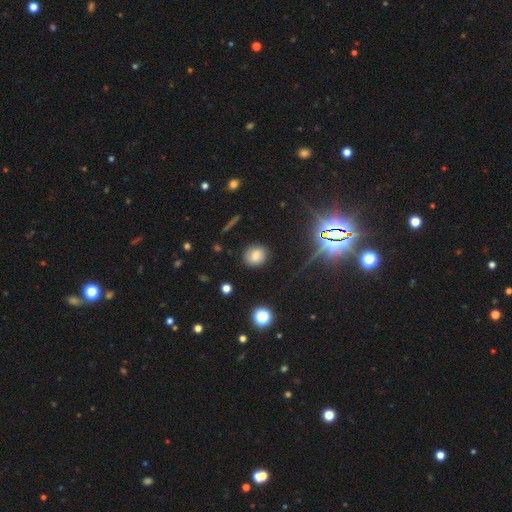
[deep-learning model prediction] A smooth galaxy with no disk features (71%) that is round (77%).

Vote fractions:
- Smooth or featured? smooth: 71% / star or artifact: 15% / featured or disk: 13%
- How rounded? round: 77% / in between: 22% / cigar-shaped: 1%
- Merging? none: 84% / minor disturbance: 11% / major disturbance: 3% / merger: 2%